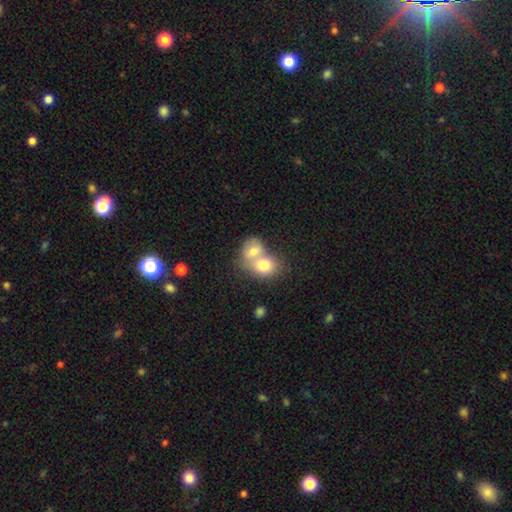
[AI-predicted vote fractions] Smooth or featured?
  - smooth: 71% *
  - featured or disk: 19%
  - star or artifact: 10%
How rounded?
  - round: 54% *
  - in between: 45%
  - cigar-shaped: 1%
Merging?
  - merger: 73% *
  - none: 19%
  - minor disturbance: 5%
  - major disturbance: 3%